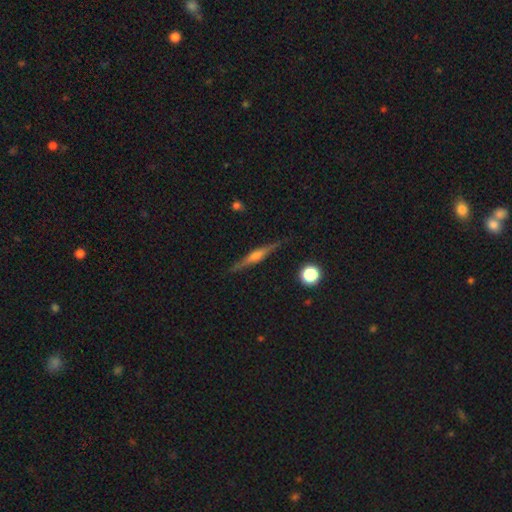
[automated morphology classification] type=featured or disk (75%); edge-on=yes (98%); edge-on bulge=rounded (79%); merging=none (89%).